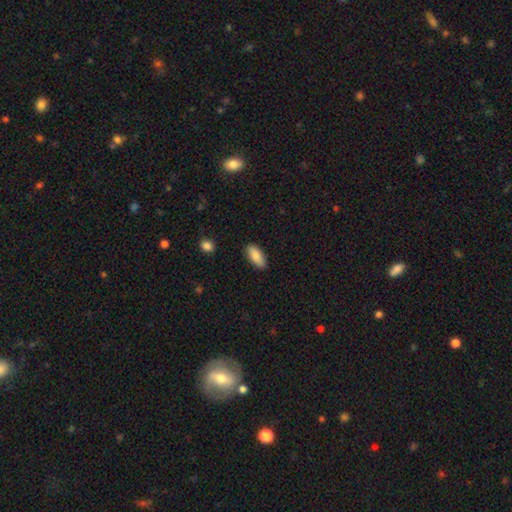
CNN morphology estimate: Overall: smooth (87%). How rounded: in between (81%). Merging: none (86%).